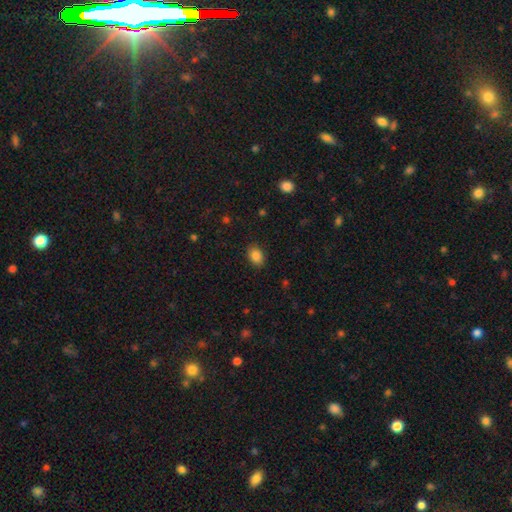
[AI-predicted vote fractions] Overall: smooth (87%). How rounded: in between (77%). Merging: none (86%).